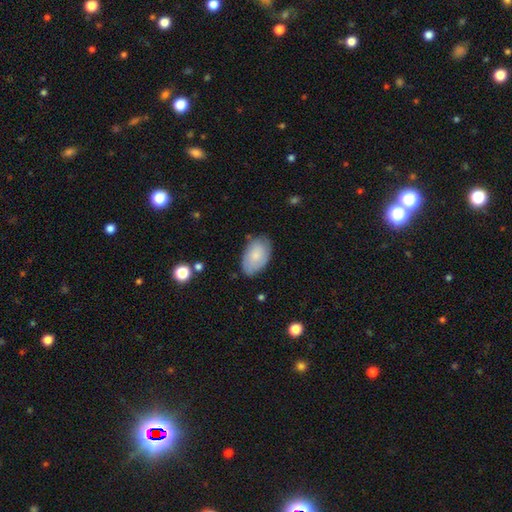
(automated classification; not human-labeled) Smooth or featured? smooth (75%)
How rounded? in between (93%)
Merging? none (74%)